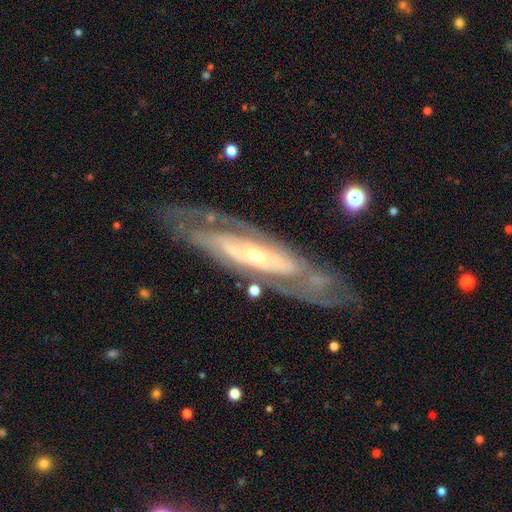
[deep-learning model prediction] smooth-or-featured: featured or disk: 84% | smooth: 10% | star or artifact: 5%
  disk-edge-on: no: 77% | yes: 23%
    bar: no: 56% | weak: 24% | strong: 20%
    has-spiral-arms: yes: 82% | no: 18%
      spiral-winding: tight: 60% | medium: 30% | loose: 10%
      spiral-arm-count: 2: 44% | can't tell: 38% | 3: 7% | 4: 4% | 1: 4% | more than 4: 3%
    bulge-size: small: 70% | moderate: 25% | large: 2% | none: 1% | dominant: 1%
  merging: none: 78% | minor disturbance: 14% | major disturbance: 7% | merger: 2%